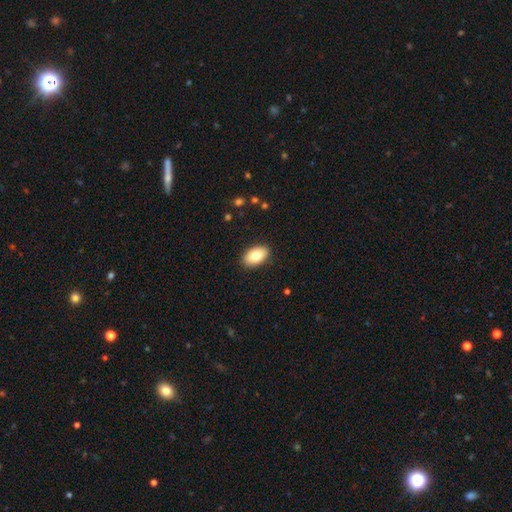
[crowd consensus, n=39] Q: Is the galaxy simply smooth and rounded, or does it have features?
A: smooth — 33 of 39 (85%).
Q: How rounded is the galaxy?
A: in between — 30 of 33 (91%).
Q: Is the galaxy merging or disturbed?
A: none — 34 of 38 (89%).